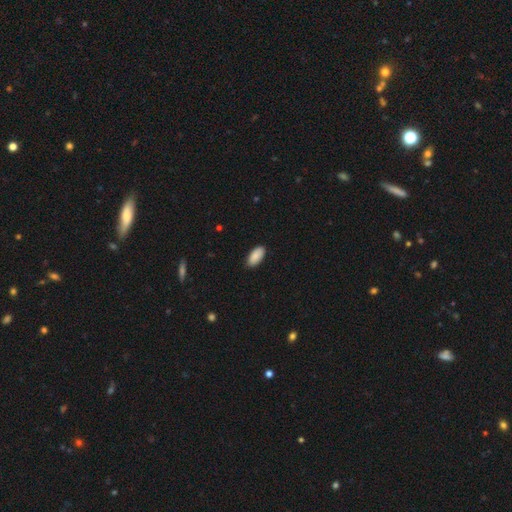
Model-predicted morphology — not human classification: Smooth or featured: smooth — 88% (star or artifact — 6%)
How rounded: in between — 93% (cigar-shaped — 5%)
Merging: none — 84% (minor disturbance — 13%)